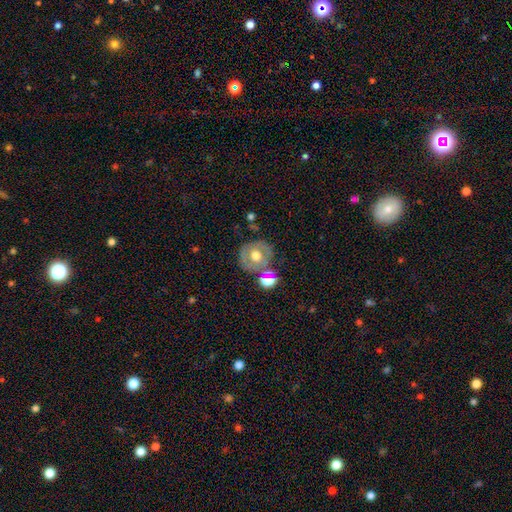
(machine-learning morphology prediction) Q: Smooth or featured?
A: featured or disk (47%); runner-up: smooth (44%)
Q: Merging?
A: none (64%); runner-up: minor disturbance (15%)